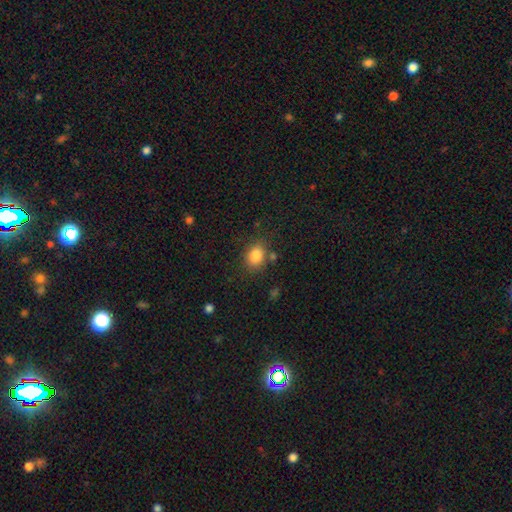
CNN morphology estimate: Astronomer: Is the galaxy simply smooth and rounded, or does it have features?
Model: smooth — 84%.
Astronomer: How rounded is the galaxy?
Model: in between — 63%.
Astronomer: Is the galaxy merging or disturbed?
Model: none — 76%.